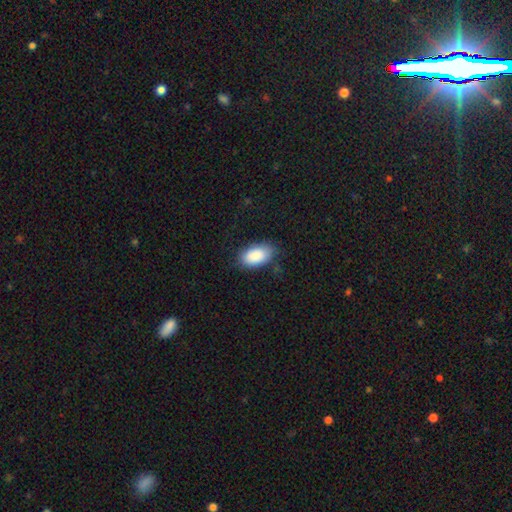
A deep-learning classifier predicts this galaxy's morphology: Smooth or featured?
  - smooth: 88% *
  - star or artifact: 7%
  - featured or disk: 5%
How rounded?
  - in between: 94% *
  - round: 4%
  - cigar-shaped: 2%
Merging?
  - none: 75% *
  - minor disturbance: 19%
  - major disturbance: 5%
  - merger: 1%